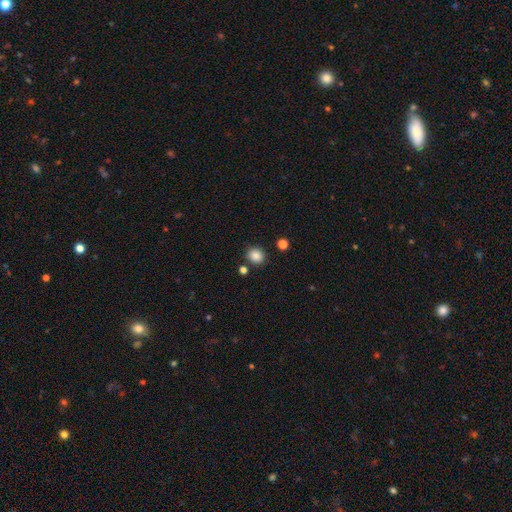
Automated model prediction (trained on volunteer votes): smooth 86%, star or artifact 11%, featured or disk 4%. Down the decision tree: how rounded — round (80%); merging — none (84%).